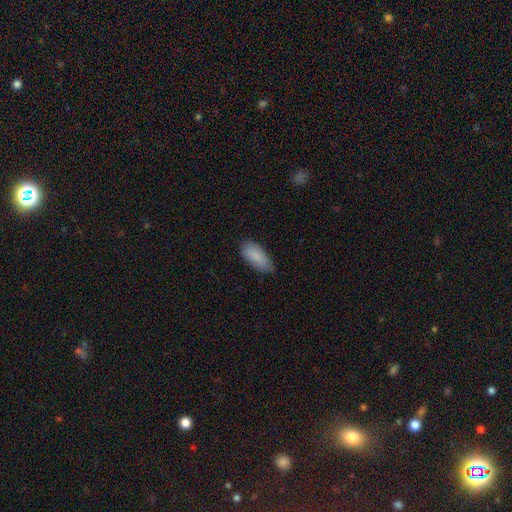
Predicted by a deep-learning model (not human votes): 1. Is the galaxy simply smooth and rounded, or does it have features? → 87% smooth, 6% featured or disk, 6% star or artifact.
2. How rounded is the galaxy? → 87% in between, 11% cigar-shaped, 2% round.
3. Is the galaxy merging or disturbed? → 75% none, 21% minor disturbance, 3% major disturbance, 1% merger.